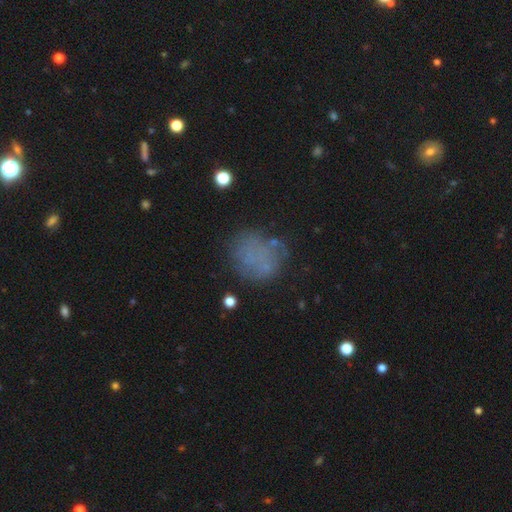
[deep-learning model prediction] Smooth or featured? smooth (56%)
How rounded? round (76%)
Merging? none (65%)